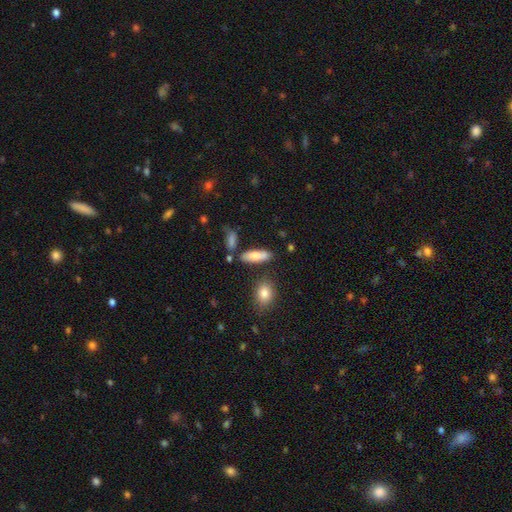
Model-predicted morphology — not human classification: Smooth or featured?
  - smooth: 73% *
  - featured or disk: 20%
  - star or artifact: 7%
How rounded?
  - in between: 62% *
  - cigar-shaped: 36%
  - round: 3%
Merging?
  - none: 72% *
  - minor disturbance: 15%
  - merger: 9%
  - major disturbance: 4%